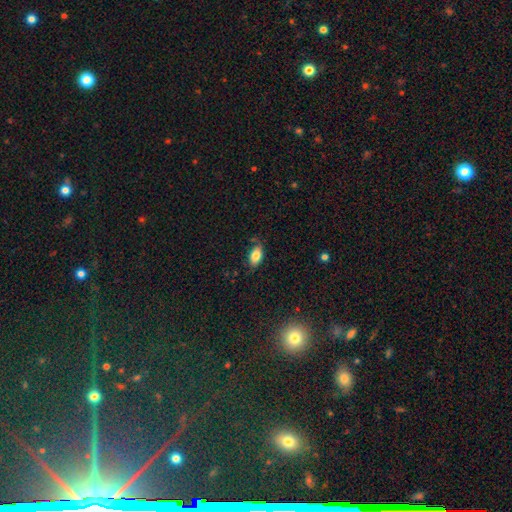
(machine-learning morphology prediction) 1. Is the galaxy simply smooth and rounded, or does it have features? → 82% smooth, 10% featured or disk, 8% star or artifact.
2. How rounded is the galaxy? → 91% in between, 6% round, 3% cigar-shaped.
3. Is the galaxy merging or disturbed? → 73% none, 20% minor disturbance, 4% major disturbance, 2% merger.